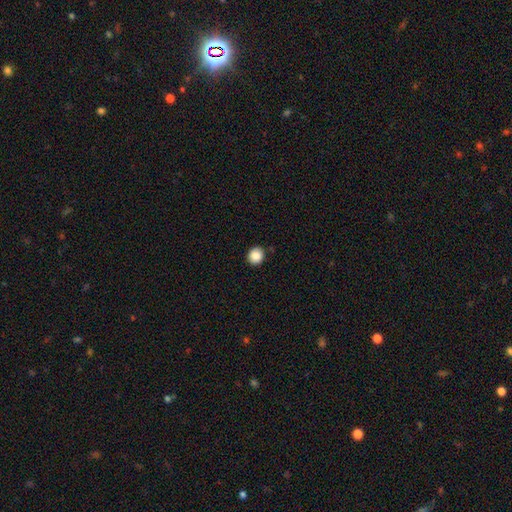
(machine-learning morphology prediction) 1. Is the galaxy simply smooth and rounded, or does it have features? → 88% smooth, 9% star or artifact, 3% featured or disk.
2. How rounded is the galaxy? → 91% round, 8% in between, 1% cigar-shaped.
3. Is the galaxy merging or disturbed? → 89% none, 7% minor disturbance, 2% major disturbance, 2% merger.